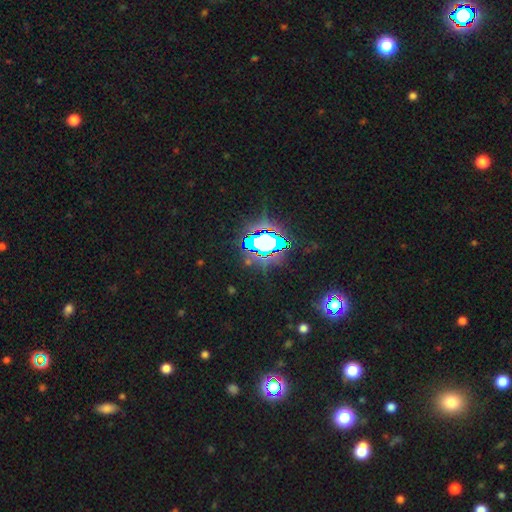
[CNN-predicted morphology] This is clearly a star or artifact rather than a galaxy (83%).